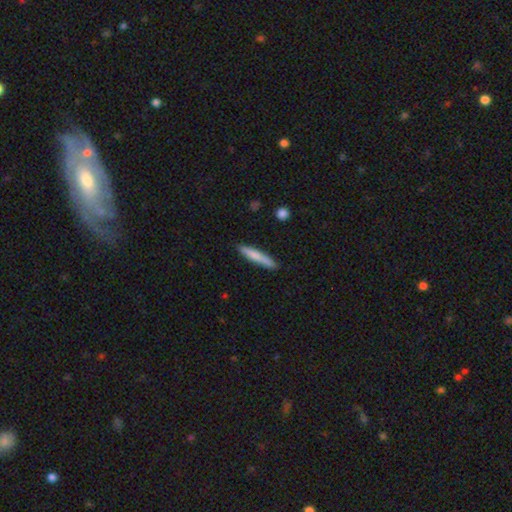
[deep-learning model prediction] A smooth galaxy with no disk features (74%) that is cigar-shaped (92%).

Vote fractions:
- Smooth or featured? smooth: 74% / featured or disk: 20% / star or artifact: 6%
- How rounded? cigar-shaped: 92% / in between: 6% / round: 1%
- Merging? none: 86% / minor disturbance: 11% / major disturbance: 2% / merger: 2%